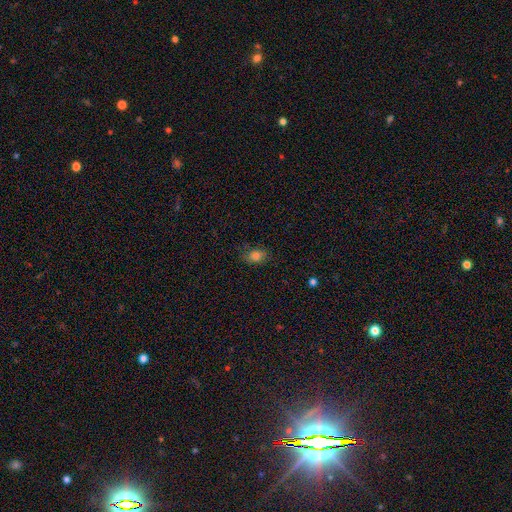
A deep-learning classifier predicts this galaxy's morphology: Smooth or featured? Predicted: smooth (p=0.81). How rounded? Predicted: in between (p=0.73). Merging? Predicted: none (p=0.75).